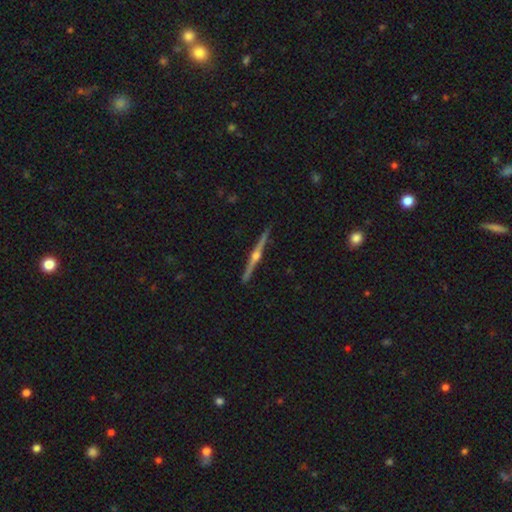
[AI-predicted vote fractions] Smooth or featured: featured or disk — 86% (smooth — 9%)
Edge-on disk: yes — 99% (no — 1%)
Edge-on bulge: rounded — 95% (none — 3%)
Merging: none — 93% (minor disturbance — 5%)